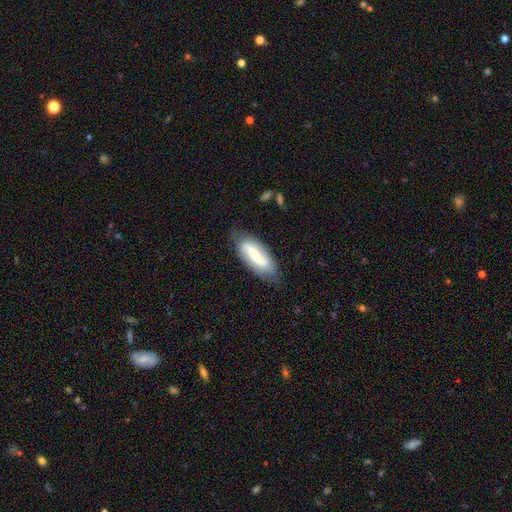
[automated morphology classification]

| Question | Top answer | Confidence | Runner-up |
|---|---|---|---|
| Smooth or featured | featured or disk | 66% | smooth (29%) |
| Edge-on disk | no | 88% | yes (12%) |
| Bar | strong | 45% | weak (35%) |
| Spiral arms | yes | 84% | no (16%) |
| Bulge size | small | 49% | moderate (41%) |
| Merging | none | 76% | minor disturbance (18%) |